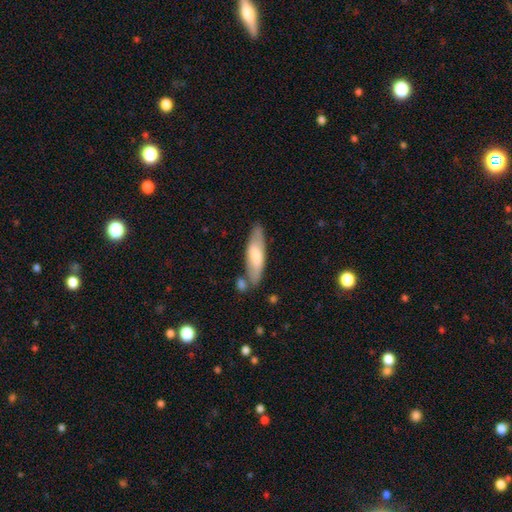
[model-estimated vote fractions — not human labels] A smooth galaxy with no disk features (64%) that is cigar-shaped (56%).

Vote fractions:
- Smooth or featured? smooth: 64% / featured or disk: 31% / star or artifact: 5%
- How rounded? cigar-shaped: 56% / in between: 42% / round: 2%
- Merging? none: 69% / minor disturbance: 16% / merger: 11% / major disturbance: 4%